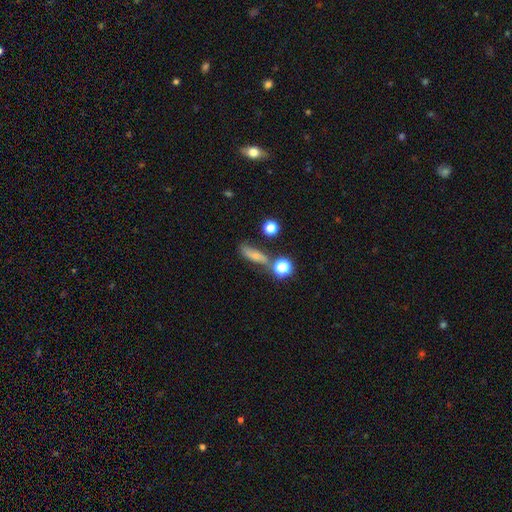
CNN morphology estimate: This is possibly a smooth galaxy (47%). Merging: possibly none (57%).